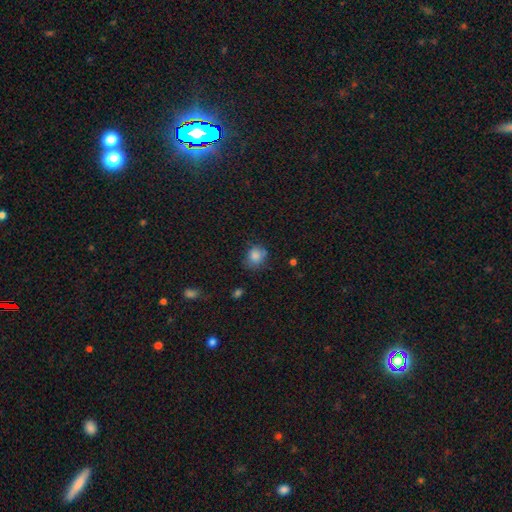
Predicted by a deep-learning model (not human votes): A smooth galaxy with no disk features (83%) that is round (66%).

Vote fractions:
- Smooth or featured? smooth: 83% / star or artifact: 10% / featured or disk: 7%
- How rounded? round: 66% / in between: 33% / cigar-shaped: 1%
- Merging? none: 64% / minor disturbance: 26% / major disturbance: 7% / merger: 3%